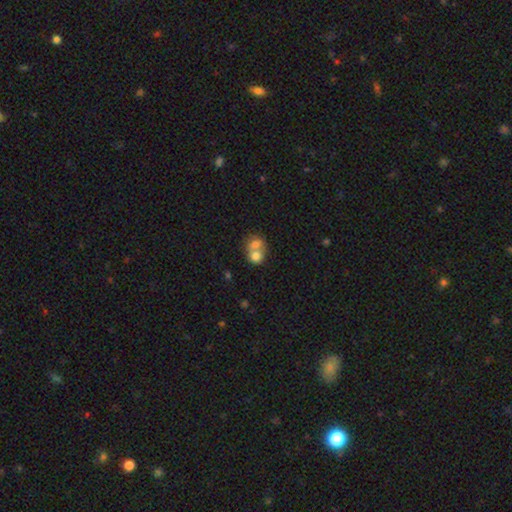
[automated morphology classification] smooth_or_featured: smooth (p=0.73) [alt: featured or disk p=0.18]
how_rounded: round (p=0.61) [alt: in between p=0.38]
merging: merger (p=0.70) [alt: none p=0.21]